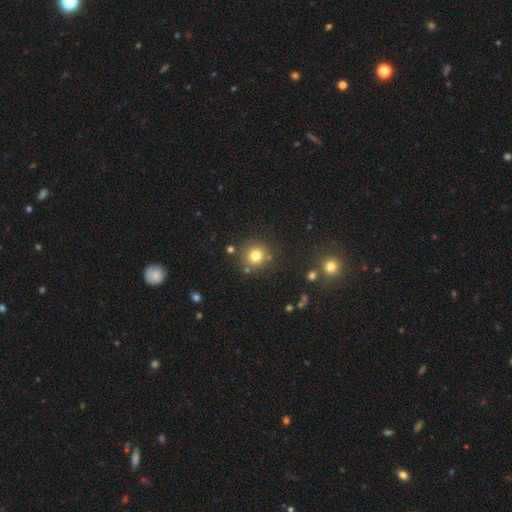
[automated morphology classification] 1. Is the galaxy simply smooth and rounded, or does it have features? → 78% smooth, 14% star or artifact, 8% featured or disk.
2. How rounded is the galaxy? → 92% round, 7% in between, 1% cigar-shaped.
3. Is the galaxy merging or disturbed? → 83% none, 8% minor disturbance, 6% merger, 3% major disturbance.